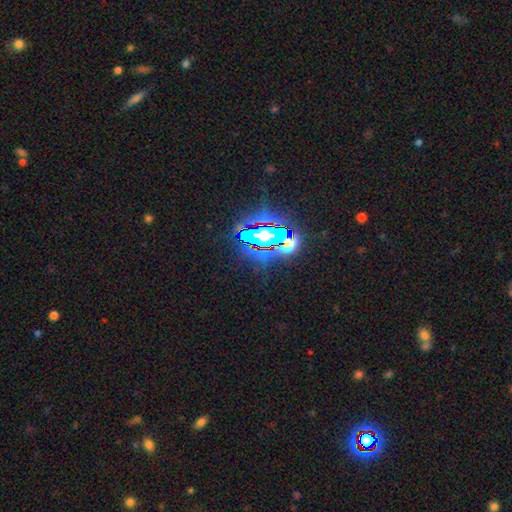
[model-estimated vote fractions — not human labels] Smooth or featured: star or artifact — 83% (smooth — 10%)